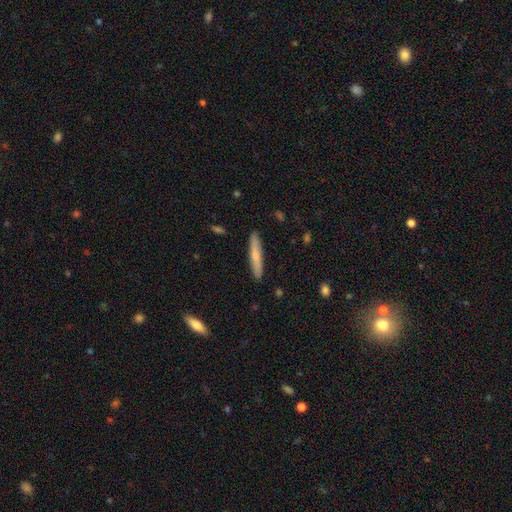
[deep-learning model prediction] The model was most divided on "smooth or featured": smooth: 62%, featured or disk: 33%, star or artifact: 6%. More confident: how rounded — cigar-shaped (93%); merging — none (90%).